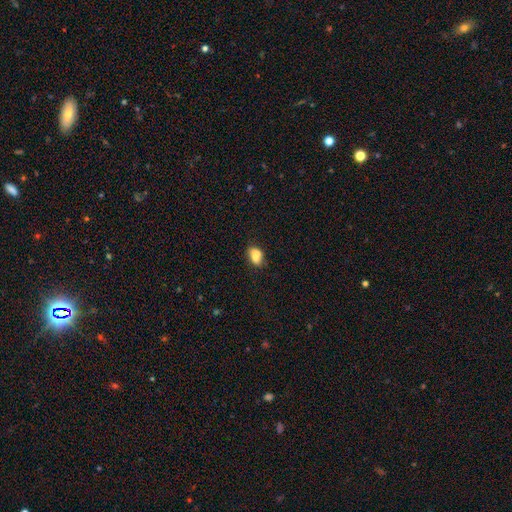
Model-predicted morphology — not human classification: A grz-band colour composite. It shows a smooth galaxy with no disk features (75%) that is in between round and cigar-shaped (77%). Merging: none (48%).